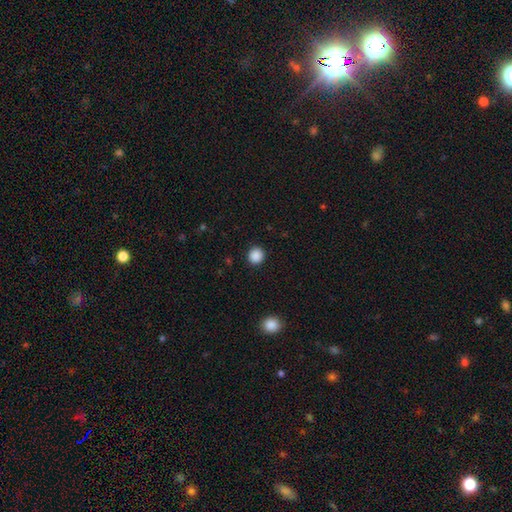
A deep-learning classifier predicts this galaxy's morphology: Smooth or featured: smooth — 88% (star or artifact — 10%)
How rounded: round — 93% (in between — 6%)
Merging: none — 92% (minor disturbance — 5%)